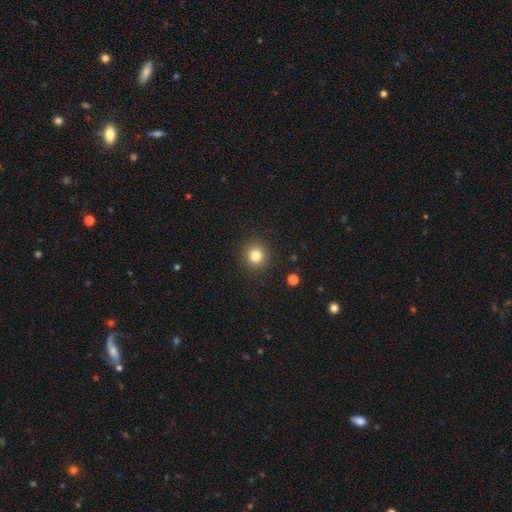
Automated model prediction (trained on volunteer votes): Smooth or featured? Predicted: smooth (p=0.81). How rounded? Predicted: round (p=0.91). Merging? Predicted: none (p=0.90).